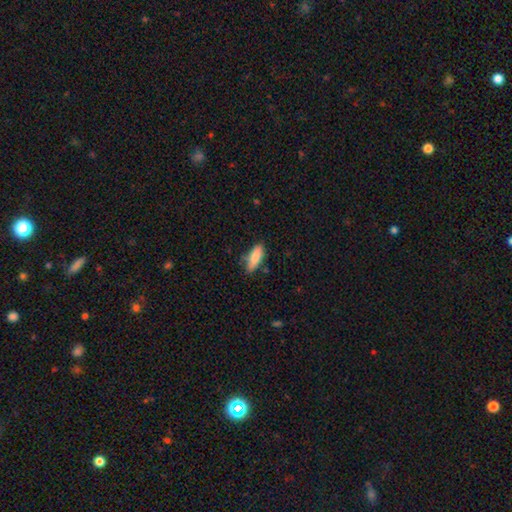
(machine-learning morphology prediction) Q: Smooth or featured?
A: smooth (81%); runner-up: featured or disk (13%)
Q: How rounded?
A: in between (68%); runner-up: cigar-shaped (30%)
Q: Merging?
A: none (72%); runner-up: minor disturbance (21%)